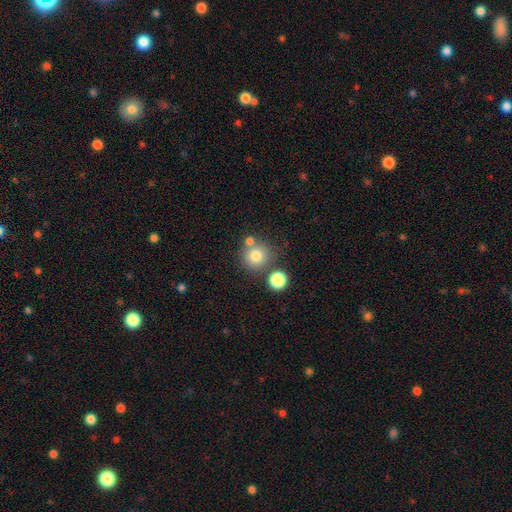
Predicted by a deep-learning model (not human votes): This appears to be a smooth galaxy with no disk features (77%) that is round (91%). Merging: none (67%).